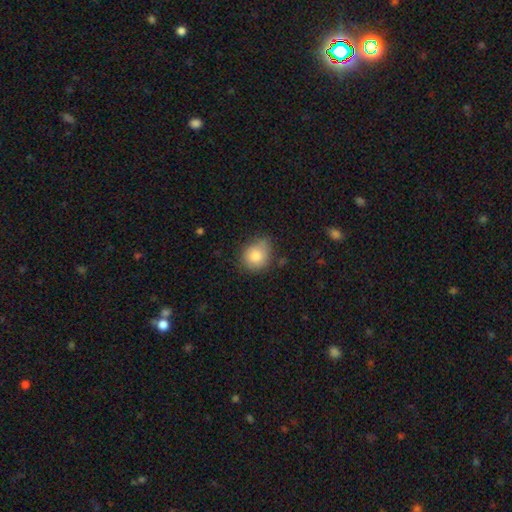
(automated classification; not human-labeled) Morphology: type=smooth (82%); roundness=round (69%); merging=none (63%).